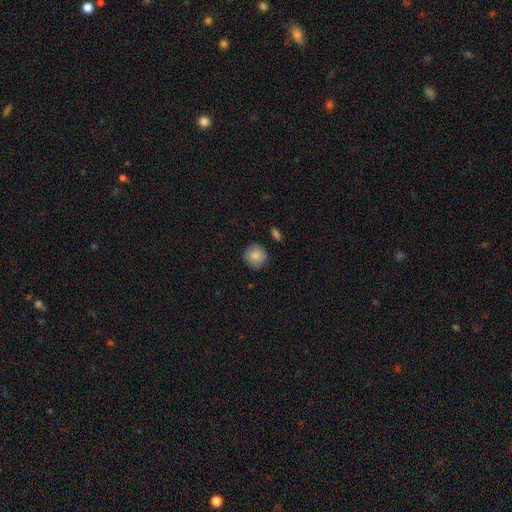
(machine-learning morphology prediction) Smooth or featured? Predicted: smooth (p=0.86). How rounded? Predicted: round (p=0.93). Merging? Predicted: none (p=0.86).